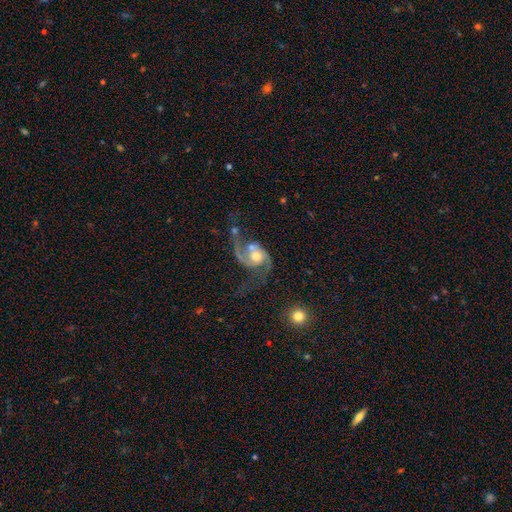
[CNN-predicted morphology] Smooth or featured? featured or disk (86%)
Edge-on disk? no (98%)
Bar? no (67%)
Spiral arms? yes (95%)
Spiral winding? loose (58%)
Spiral arm count? 2 (85%)
Bulge size? moderate (63%)
Merging? none (35%)